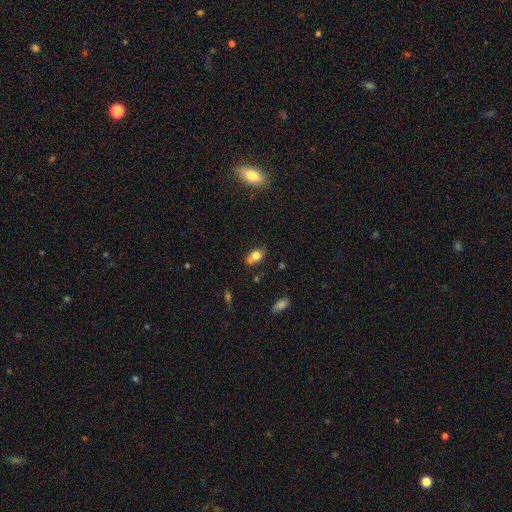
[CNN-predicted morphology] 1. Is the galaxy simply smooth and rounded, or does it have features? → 76% smooth, 14% featured or disk, 10% star or artifact.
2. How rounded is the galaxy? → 81% in between, 16% round, 3% cigar-shaped.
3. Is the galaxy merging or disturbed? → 55% none, 24% minor disturbance, 15% merger, 6% major disturbance.